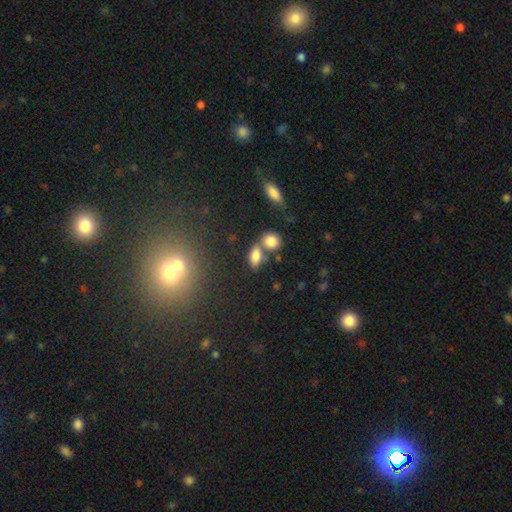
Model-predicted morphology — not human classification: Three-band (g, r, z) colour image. It shows a smooth galaxy with no disk features (80%) that is in between round and cigar-shaped (80%). Merging: none (48%).